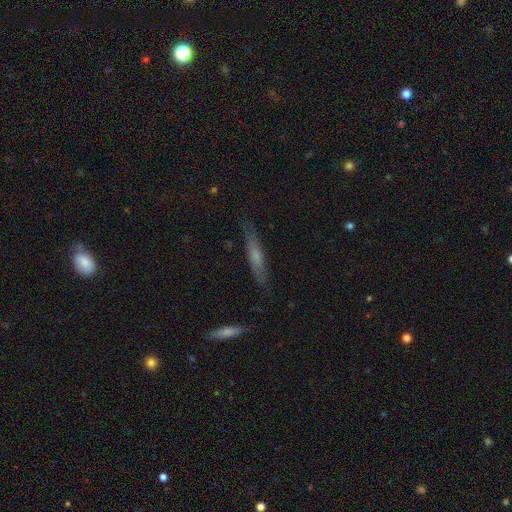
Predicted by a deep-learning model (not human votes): This appears to be a smooth galaxy with no disk features (49%). Merging: none (81%).